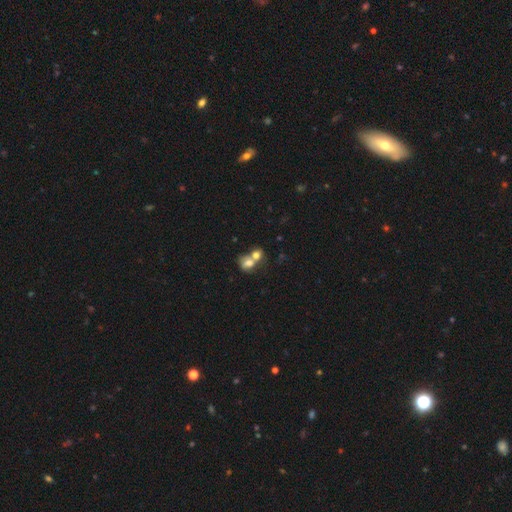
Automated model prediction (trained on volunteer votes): Smooth or featured: smooth — 71% (featured or disk — 19%)
How rounded: round — 54% (in between — 45%)
Merging: merger — 70% (none — 20%)